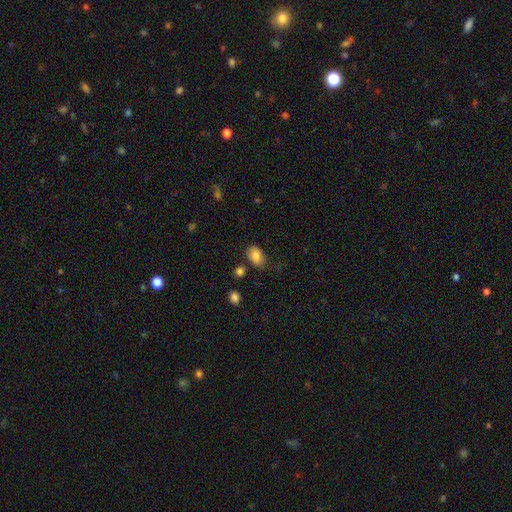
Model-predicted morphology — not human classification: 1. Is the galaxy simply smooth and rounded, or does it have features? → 83% smooth, 9% featured or disk, 8% star or artifact.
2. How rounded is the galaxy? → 86% in between, 13% round, 1% cigar-shaped.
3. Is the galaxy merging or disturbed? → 69% none, 22% minor disturbance, 5% major disturbance, 4% merger.